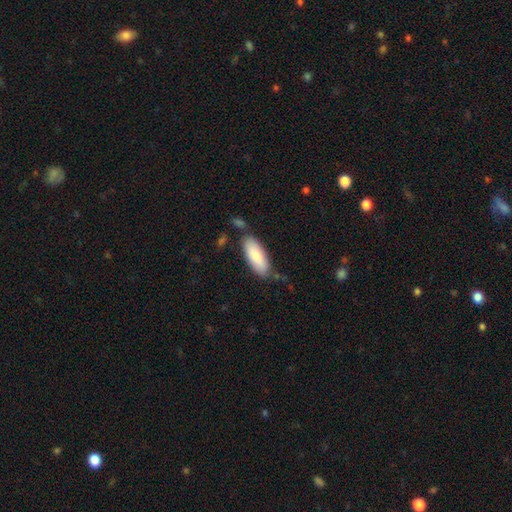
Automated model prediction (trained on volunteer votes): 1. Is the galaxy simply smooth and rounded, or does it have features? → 81% smooth, 13% featured or disk, 5% star or artifact.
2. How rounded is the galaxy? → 75% in between, 23% cigar-shaped, 2% round.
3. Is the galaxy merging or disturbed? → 72% none, 18% minor disturbance, 6% merger, 4% major disturbance.